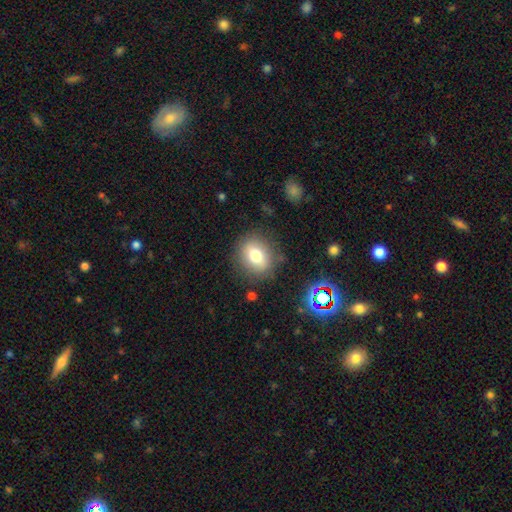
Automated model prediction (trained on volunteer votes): Smooth or featured? smooth (73%)
How rounded? round (57%)
Merging? none (82%)